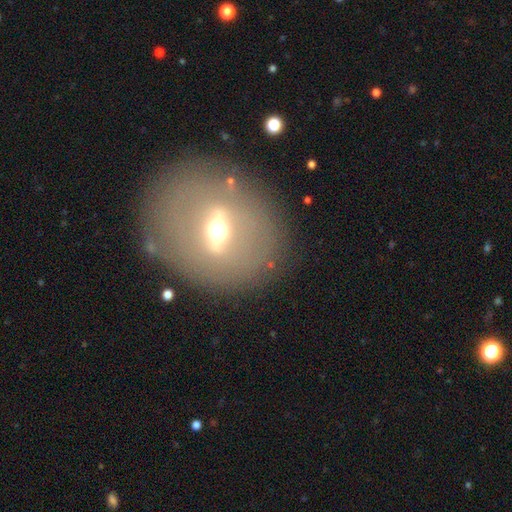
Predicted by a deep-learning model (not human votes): smooth-or-featured: featured or disk: 52% | smooth: 35% | star or artifact: 13%
  disk-edge-on: no: 82% | yes: 18%
  merging: none: 81% | minor disturbance: 11% | major disturbance: 6% | merger: 3%